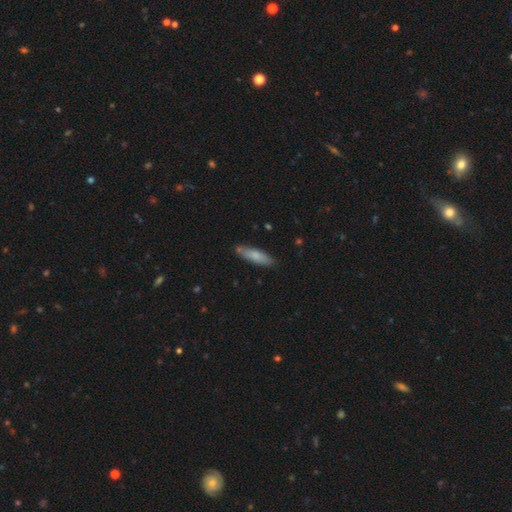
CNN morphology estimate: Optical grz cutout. It shows a smooth galaxy with no disk features (76%) that is cigar-shaped (63%). Merging: none (79%).